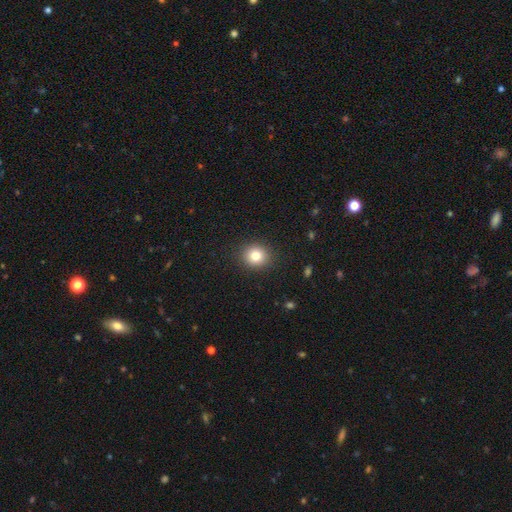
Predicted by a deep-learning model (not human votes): Q: Smooth or featured?
A: smooth (80%); runner-up: star or artifact (12%)
Q: How rounded?
A: round (85%); runner-up: in between (14%)
Q: Merging?
A: none (90%); runner-up: minor disturbance (6%)